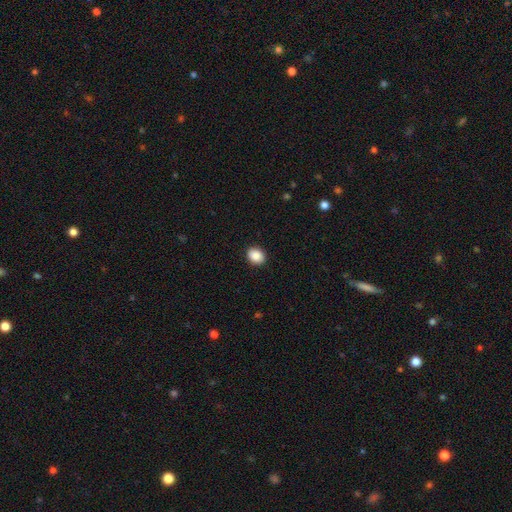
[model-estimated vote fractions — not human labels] Overall: smooth (89%). How rounded: round (55%; in between 45%). Merging: none (91%).